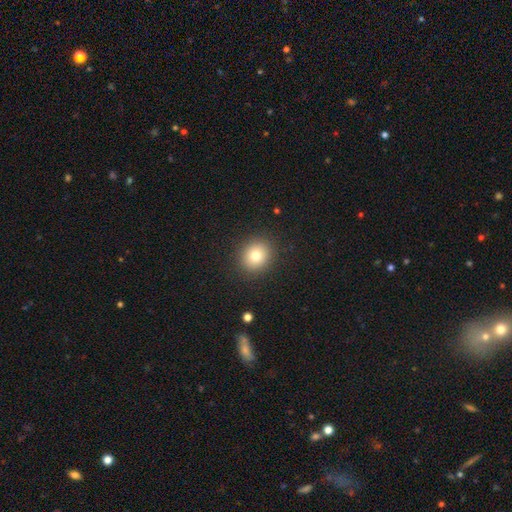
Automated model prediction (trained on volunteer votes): A smooth galaxy with no disk features (78%) that is round (80%).

Vote fractions:
- Smooth or featured? smooth: 78% / star or artifact: 12% / featured or disk: 10%
- How rounded? round: 80% / in between: 19% / cigar-shaped: 1%
- Merging? none: 90% / minor disturbance: 7% / major disturbance: 3% / merger: 1%